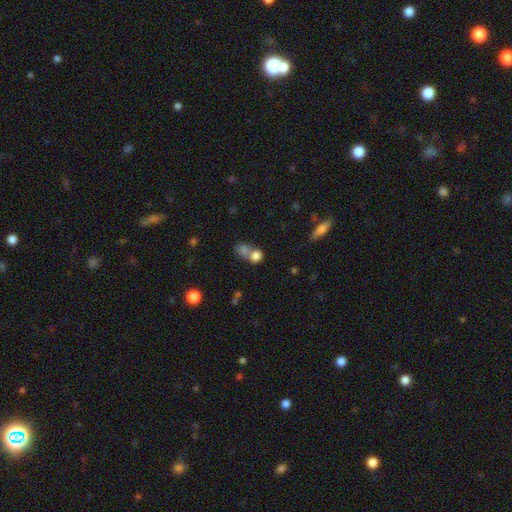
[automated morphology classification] Smooth or featured: smooth — 78% (star or artifact — 12%)
How rounded: round — 70% (in between — 28%)
Merging: merger — 56% (none — 32%)